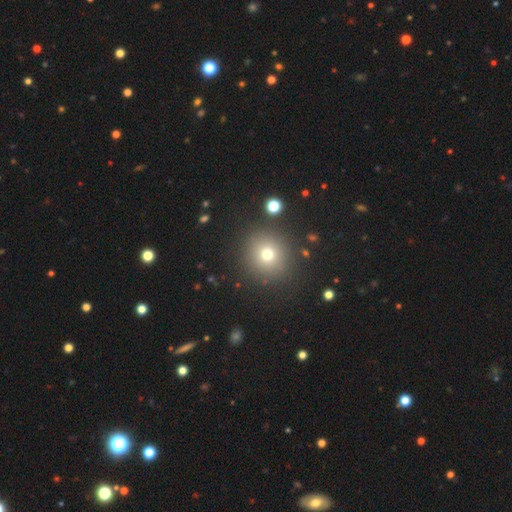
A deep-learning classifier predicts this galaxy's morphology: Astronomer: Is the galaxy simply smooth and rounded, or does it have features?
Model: smooth — 51% (runner-up: star or artifact, 38%).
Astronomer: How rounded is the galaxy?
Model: round — 91%.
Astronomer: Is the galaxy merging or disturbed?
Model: none — 87%.